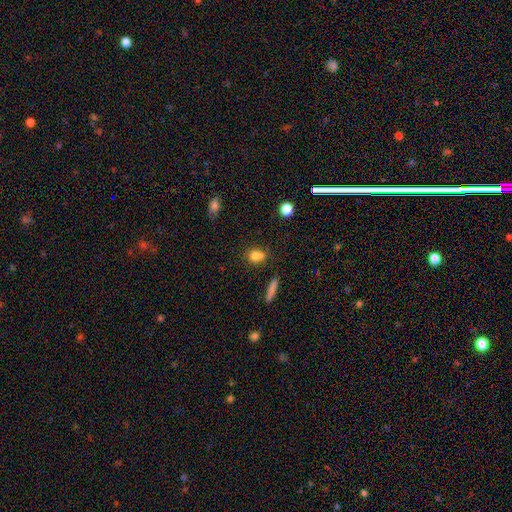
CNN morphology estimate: Smooth or featured: smooth — 76% (star or artifact — 13%)
How rounded: round — 62% (in between — 34%)
Merging: none — 51% (merger — 29%)